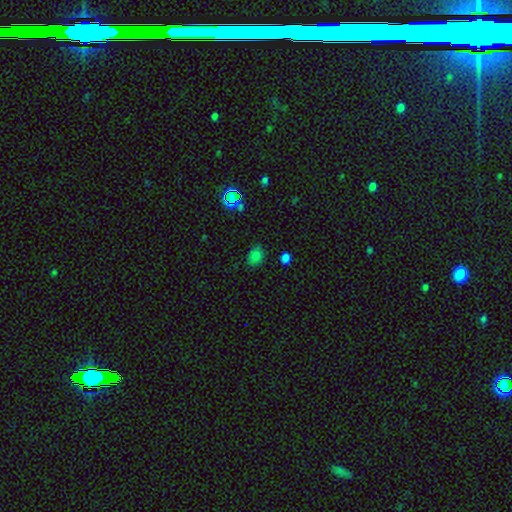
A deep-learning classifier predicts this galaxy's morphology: Overall: smooth (74%). How rounded: in between (59%; round 40%). Merging: none (78%).